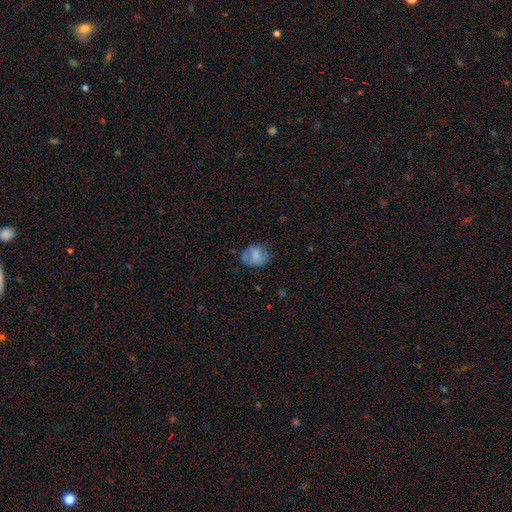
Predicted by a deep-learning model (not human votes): smooth 70%, featured or disk 21%, star or artifact 9%. Down the decision tree: how rounded — round (54%); merging — none (61%).